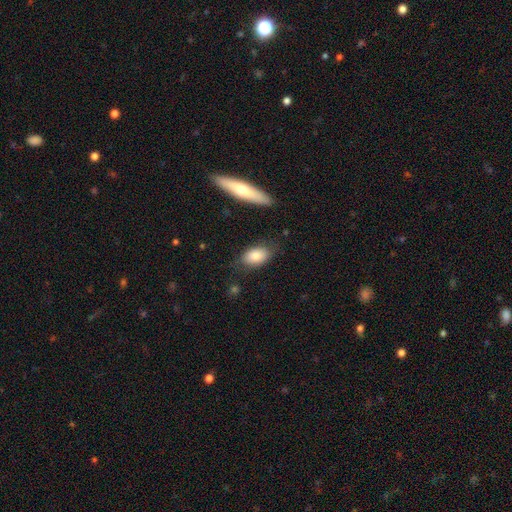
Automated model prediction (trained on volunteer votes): This is clearly a smooth galaxy (81%). How rounded: clearly in between (89%). Merging: likely none (76%).